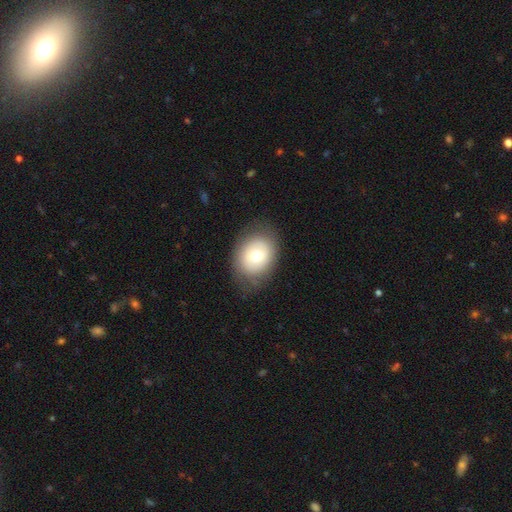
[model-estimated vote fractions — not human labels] Smooth or featured: smooth — 70% (featured or disk — 22%)
How rounded: in between — 54% (round — 45%)
Merging: none — 79% (minor disturbance — 14%)